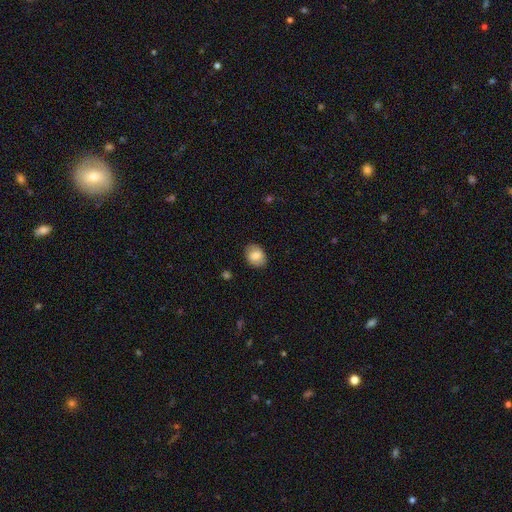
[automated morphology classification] This is likely a smooth galaxy (79%). How rounded: likely in between (62%). Merging: clearly none (84%).